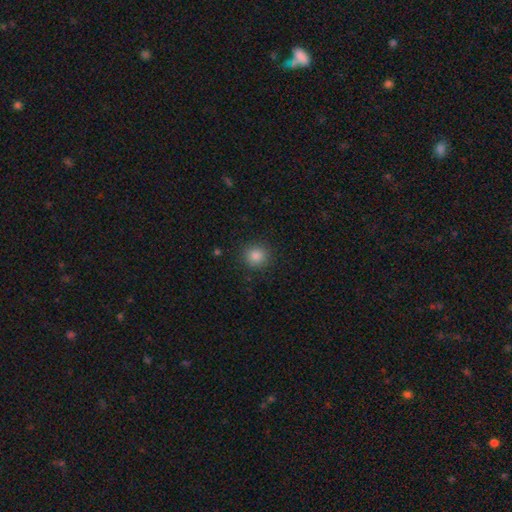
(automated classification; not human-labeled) Overall: smooth (85%). How rounded: round (92%). Merging: none (90%).